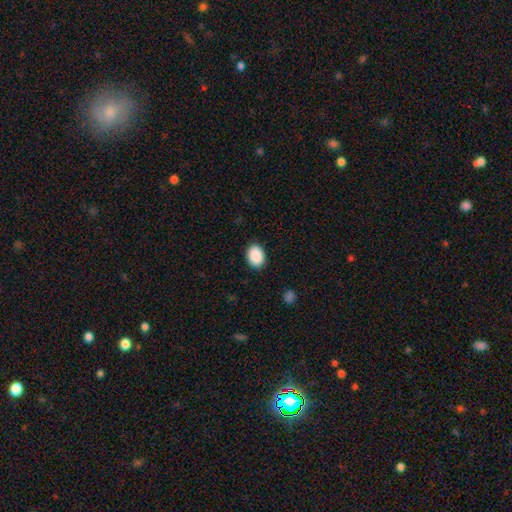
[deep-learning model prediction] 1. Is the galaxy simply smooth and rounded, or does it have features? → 91% smooth, 7% star or artifact, 3% featured or disk.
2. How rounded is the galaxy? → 75% in between, 24% round, 1% cigar-shaped.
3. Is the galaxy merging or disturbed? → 89% none, 8% minor disturbance, 2% major disturbance, 1% merger.